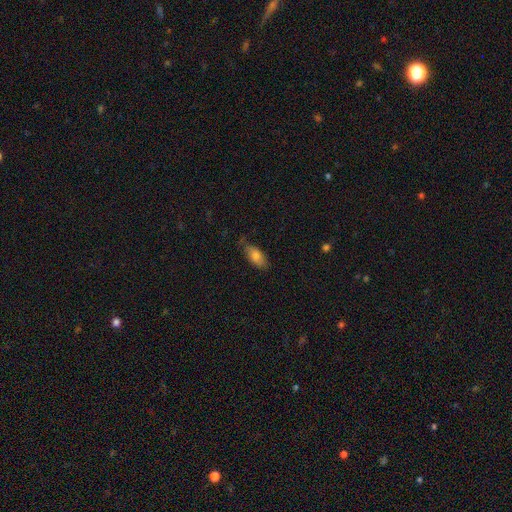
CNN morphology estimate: A smooth galaxy with no disk features (78%) that is in between round and cigar-shaped (88%). Merging: none (69%).